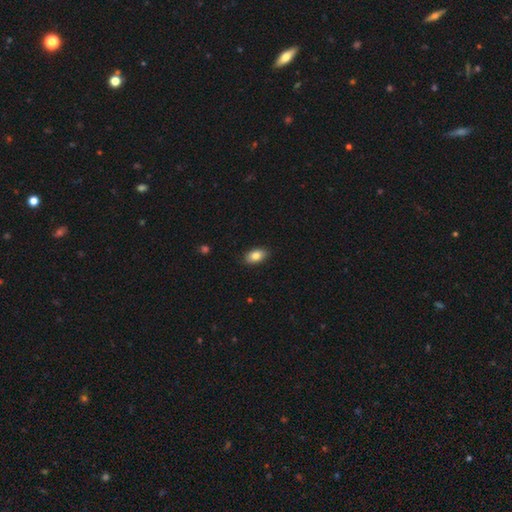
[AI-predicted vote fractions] Smooth or featured?
  - smooth: 84% *
  - featured or disk: 9%
  - star or artifact: 7%
How rounded?
  - in between: 92% *
  - round: 6%
  - cigar-shaped: 2%
Merging?
  - none: 87% *
  - minor disturbance: 10%
  - major disturbance: 2%
  - merger: 1%